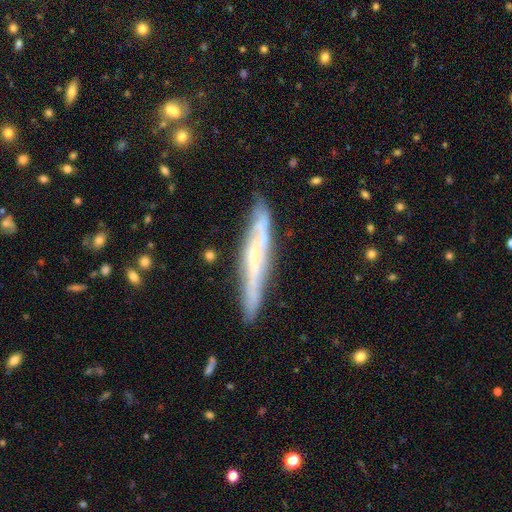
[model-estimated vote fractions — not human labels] Smooth or featured? featured or disk (69%)
Edge-on disk? yes (81%)
Edge-on bulge? none (49%)
Merging? none (80%)